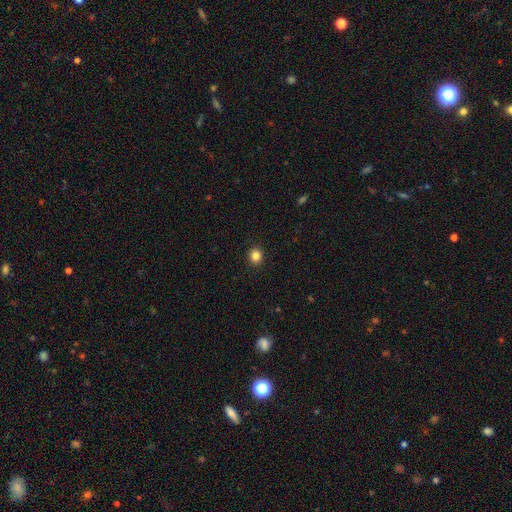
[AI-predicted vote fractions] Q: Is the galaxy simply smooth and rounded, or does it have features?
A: smooth — 85%.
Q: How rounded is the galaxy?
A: round — 83%.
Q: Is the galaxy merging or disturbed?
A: none — 92%.